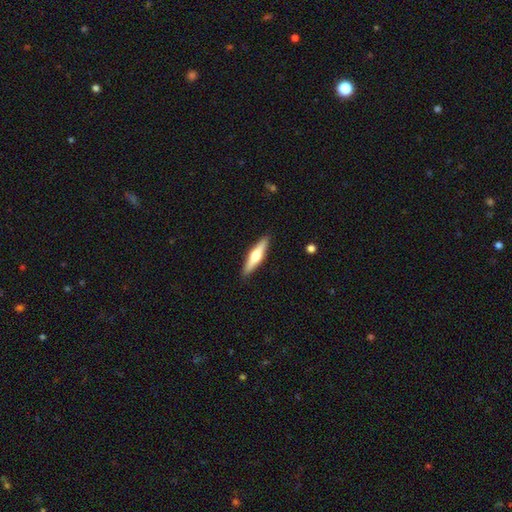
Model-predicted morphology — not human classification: smooth-or-featured: featured or disk: 55% | smooth: 40% | star or artifact: 5%
  disk-edge-on: yes: 96% | no: 4%
    edge-on-bulge: rounded: 93% | boxy: 4% | none: 3%
  merging: none: 91% | minor disturbance: 7% | major disturbance: 1% | merger: 1%